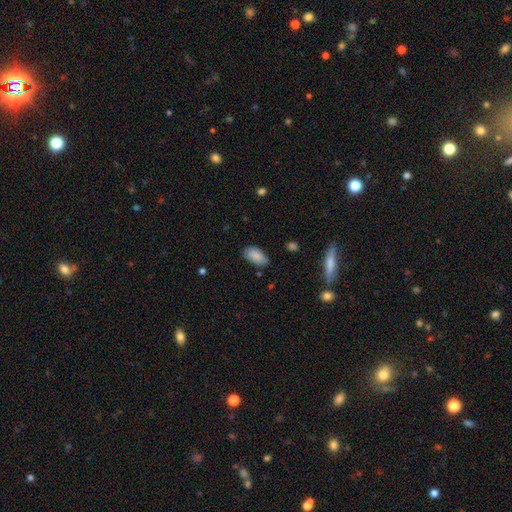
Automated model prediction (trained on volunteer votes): Smooth or featured? Predicted: smooth (p=0.88). How rounded? Predicted: in between (p=0.94). Merging? Predicted: none (p=0.78).